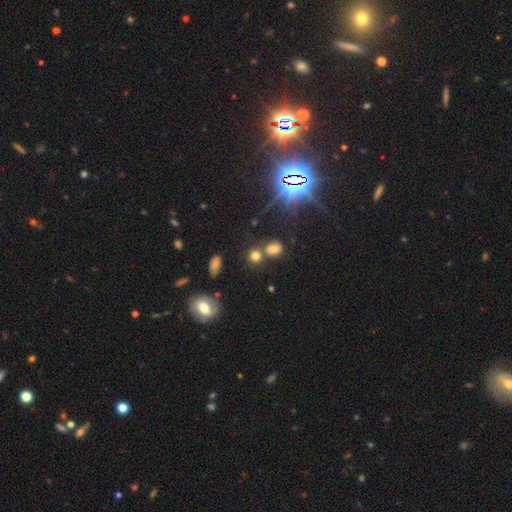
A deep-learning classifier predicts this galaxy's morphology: Overall: smooth (66%). How rounded: round (74%). Merging: none (57%; merger 29%).